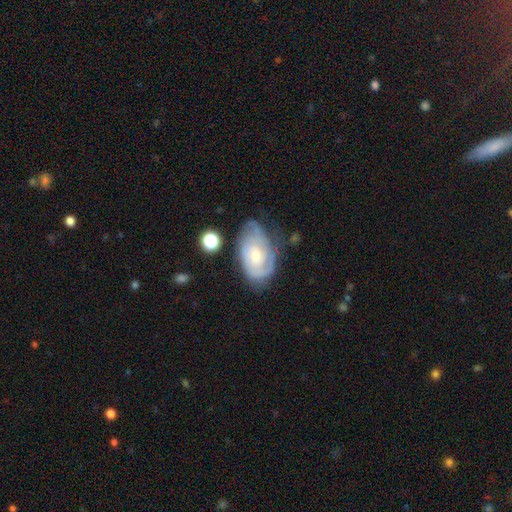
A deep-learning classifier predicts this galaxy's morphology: type=featured or disk (78%); edge-on=no (96%); bar=no (67%); spiral arms=yes (92%); winding=tight (66%); arm count=can't tell (37%); bulge=small (59%); merging=none (58%).